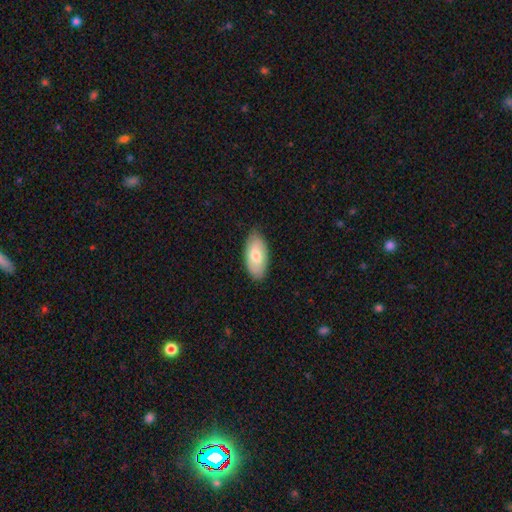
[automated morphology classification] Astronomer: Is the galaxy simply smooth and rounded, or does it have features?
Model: smooth — 74%.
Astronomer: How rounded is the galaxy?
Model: in between — 94%.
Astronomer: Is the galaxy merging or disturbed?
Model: none — 82%.